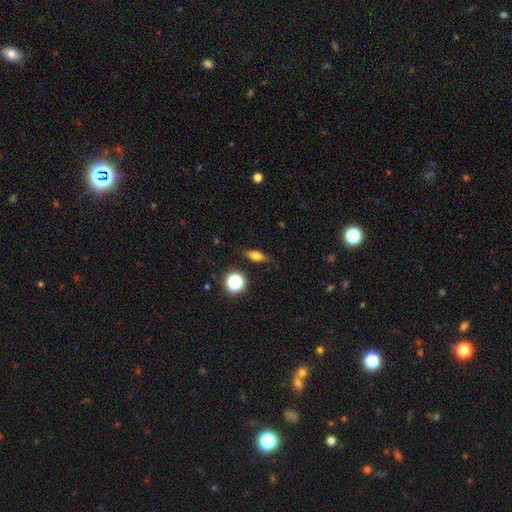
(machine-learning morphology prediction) A smooth galaxy with no disk features (65%) that is in between round and cigar-shaped (60%). Merging: none (83%).